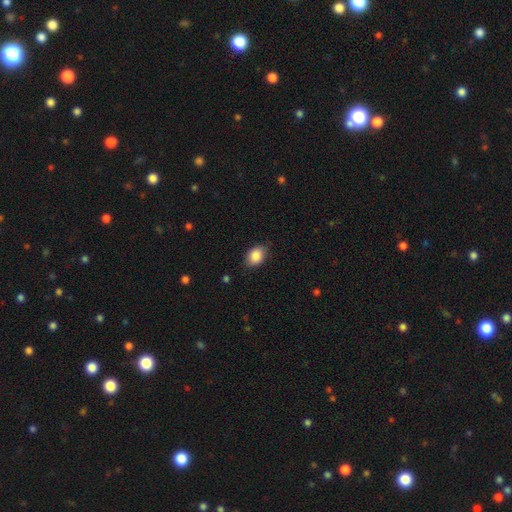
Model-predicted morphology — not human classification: smooth 88%, star or artifact 7%, featured or disk 5%. Down the decision tree: how rounded — in between (79%); merging — none (79%).